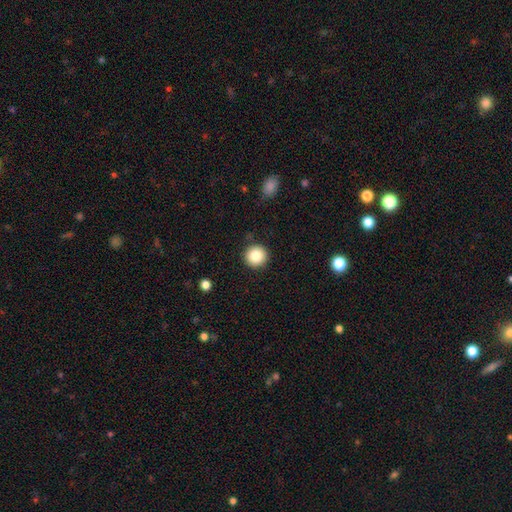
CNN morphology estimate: This is clearly a smooth galaxy (83%). How rounded: clearly round (95%). Merging: clearly none (89%).